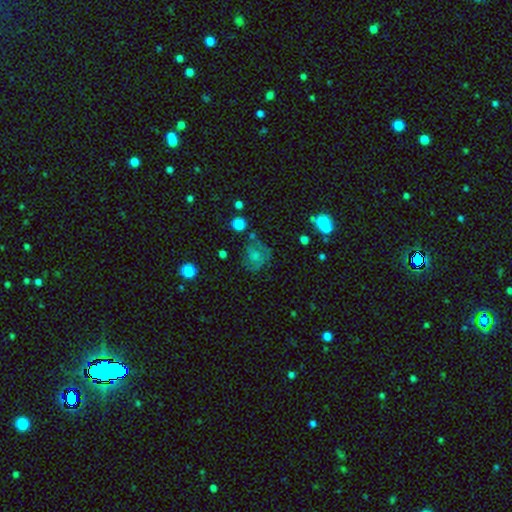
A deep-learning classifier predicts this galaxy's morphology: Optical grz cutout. It shows a smooth galaxy with no disk features (48%). Merging: none (49%).